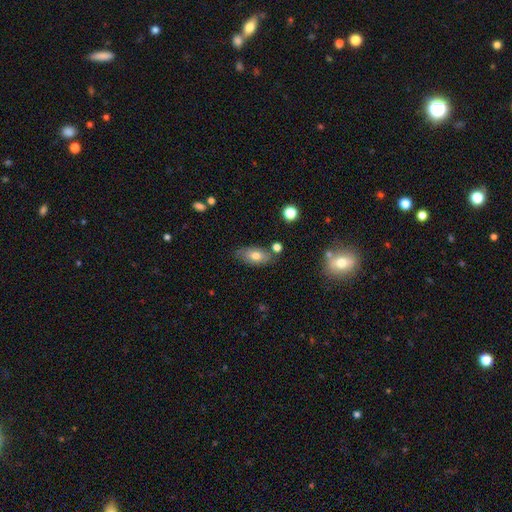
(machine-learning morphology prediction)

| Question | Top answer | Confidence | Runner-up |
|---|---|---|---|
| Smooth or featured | smooth | 72% | featured or disk (20%) |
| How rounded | in between | 89% | cigar-shaped (6%) |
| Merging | none | 71% | minor disturbance (17%) |